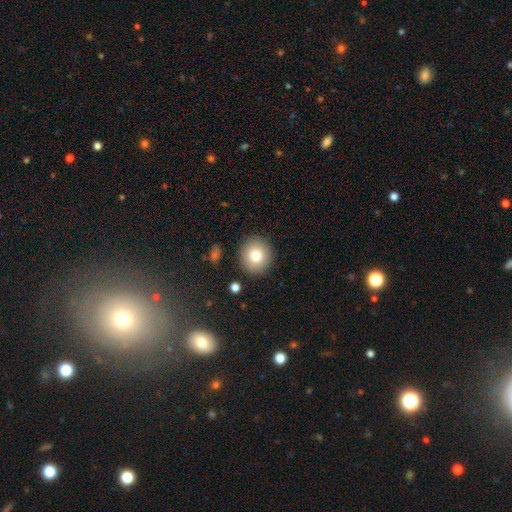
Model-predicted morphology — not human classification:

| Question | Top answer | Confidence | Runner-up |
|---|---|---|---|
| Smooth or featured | smooth | 80% | featured or disk (10%) |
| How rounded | round | 90% | in between (9%) |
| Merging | none | 89% | minor disturbance (7%) |